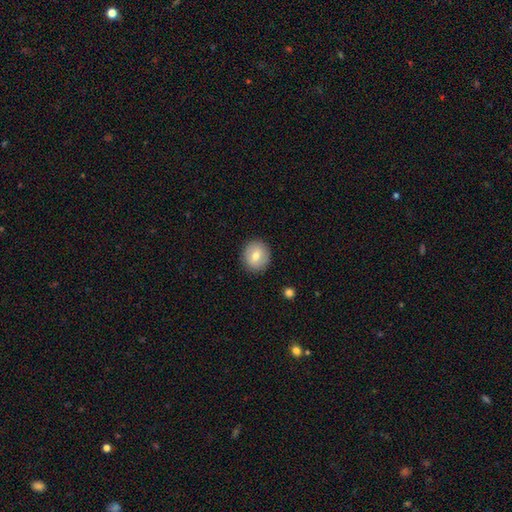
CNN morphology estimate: Smooth or featured? smooth (72%)
How rounded? round (84%)
Merging? none (89%)